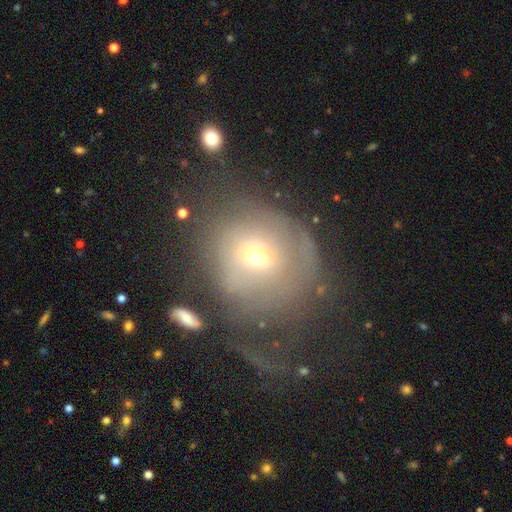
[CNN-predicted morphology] This is possibly a smooth galaxy (50%). How rounded: likely round (79%). Merging: marginally major disturbance (40%).